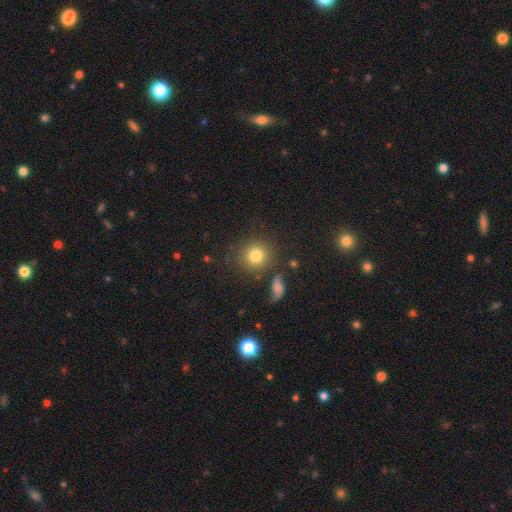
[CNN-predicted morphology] Smooth or featured?
  - smooth: 80% *
  - star or artifact: 11%
  - featured or disk: 9%
How rounded?
  - round: 90% *
  - in between: 9%
  - cigar-shaped: 1%
Merging?
  - none: 81% *
  - minor disturbance: 10%
  - merger: 5%
  - major disturbance: 4%